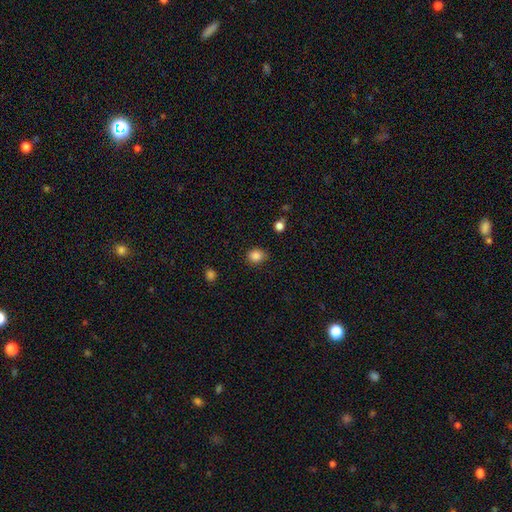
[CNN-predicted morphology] Smooth or featured?
  - smooth: 85% *
  - star or artifact: 11%
  - featured or disk: 4%
How rounded?
  - round: 69% *
  - in between: 30%
  - cigar-shaped: 1%
Merging?
  - none: 79% *
  - minor disturbance: 16%
  - major disturbance: 3%
  - merger: 2%